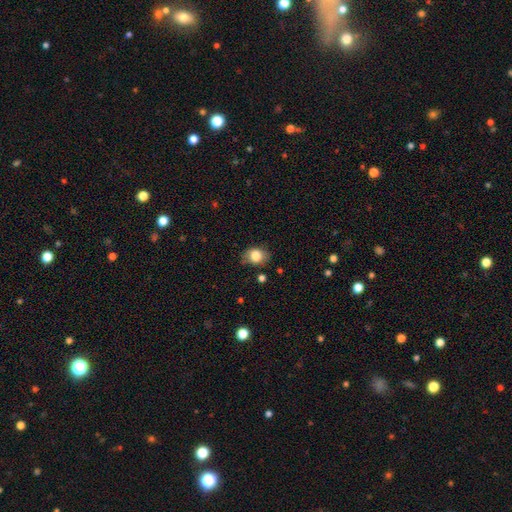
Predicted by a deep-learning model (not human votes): Smooth or featured? smooth (81%)
How rounded? in between (55%)
Merging? none (76%)